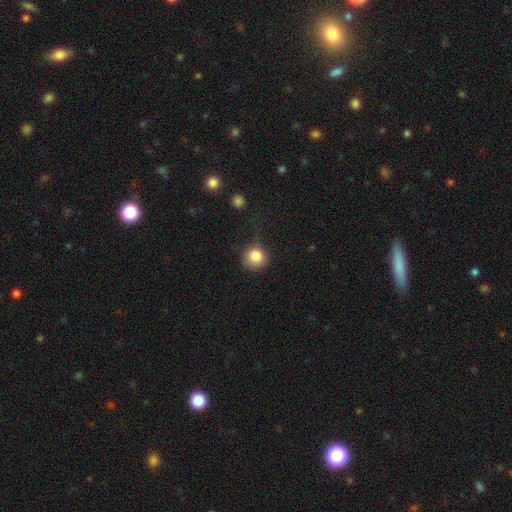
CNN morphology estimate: A smooth galaxy with no disk features (84%) that is round (91%).

Vote fractions:
- Smooth or featured? smooth: 84% / star or artifact: 10% / featured or disk: 6%
- How rounded? round: 91% / in between: 8% / cigar-shaped: 1%
- Merging? none: 67% / minor disturbance: 21% / major disturbance: 9% / merger: 2%